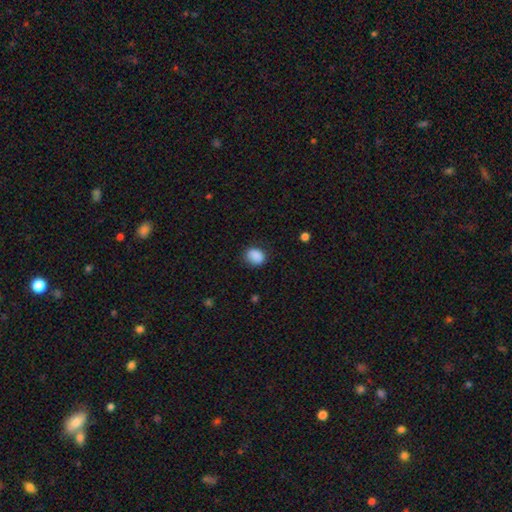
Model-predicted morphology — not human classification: Q: Smooth or featured?
A: smooth (88%); runner-up: star or artifact (8%)
Q: How rounded?
A: round (51%); runner-up: in between (48%)
Q: Merging?
A: none (81%); runner-up: minor disturbance (14%)